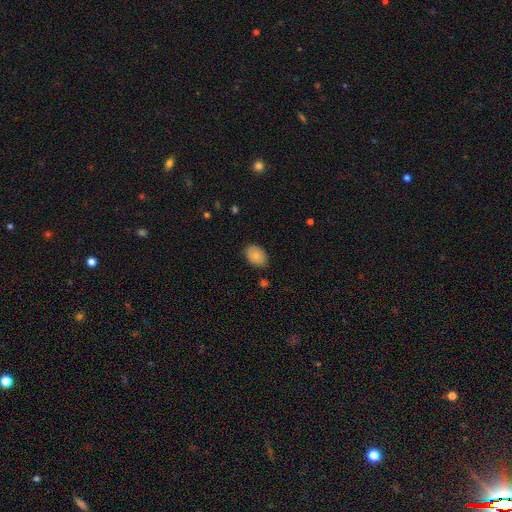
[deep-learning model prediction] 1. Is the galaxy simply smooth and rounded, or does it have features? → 81% smooth, 12% featured or disk, 7% star or artifact.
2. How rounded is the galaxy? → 84% in between, 15% round, 1% cigar-shaped.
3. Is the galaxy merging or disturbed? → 83% none, 13% minor disturbance, 2% major disturbance, 1% merger.